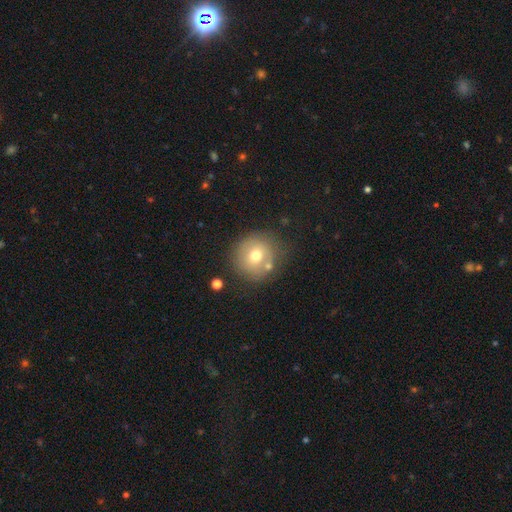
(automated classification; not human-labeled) Smooth or featured: smooth — 66% (featured or disk — 22%)
How rounded: round — 91% (in between — 8%)
Merging: none — 72% (minor disturbance — 14%)